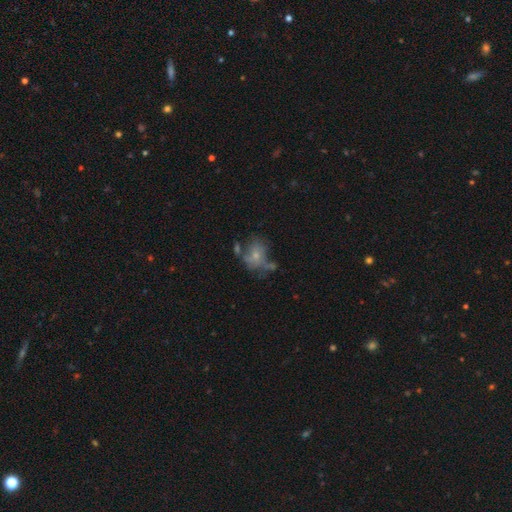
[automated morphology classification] type=smooth (45%); merging=none (31%).